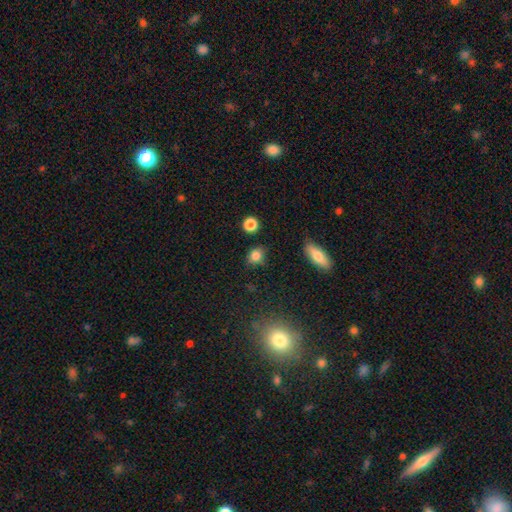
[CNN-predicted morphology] This appears to be a smooth galaxy with no disk features (82%) that is round (55%). Merging: none (75%).